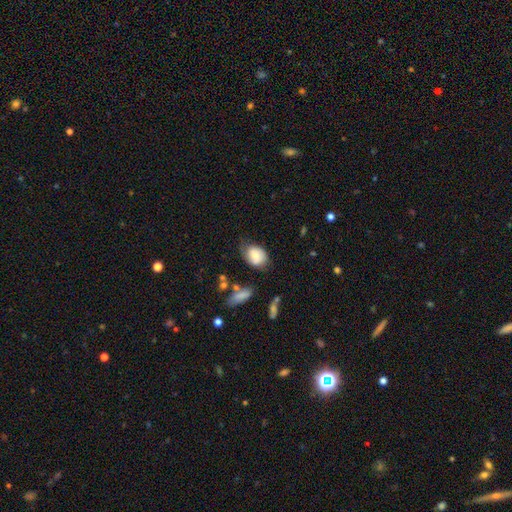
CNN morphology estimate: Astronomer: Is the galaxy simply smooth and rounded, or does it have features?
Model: smooth — 69%.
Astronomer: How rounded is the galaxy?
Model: in between — 71%.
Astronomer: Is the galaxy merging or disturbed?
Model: none — 51% (runner-up: minor disturbance, 33%).